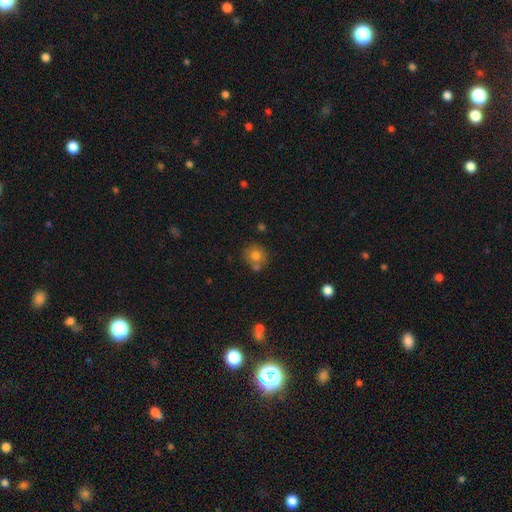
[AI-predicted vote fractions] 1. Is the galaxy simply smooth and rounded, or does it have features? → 77% smooth, 12% featured or disk, 12% star or artifact.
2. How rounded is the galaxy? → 86% round, 13% in between, 1% cigar-shaped.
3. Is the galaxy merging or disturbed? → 64% none, 21% merger, 12% minor disturbance, 3% major disturbance.